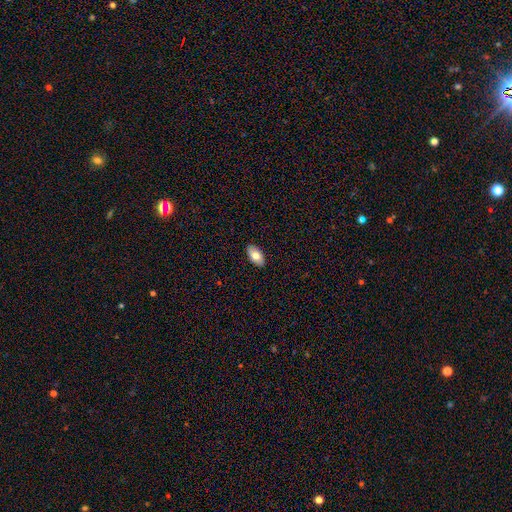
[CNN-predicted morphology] This is likely a smooth galaxy (75%). How rounded: clearly in between (94%). Merging: clearly none (90%).